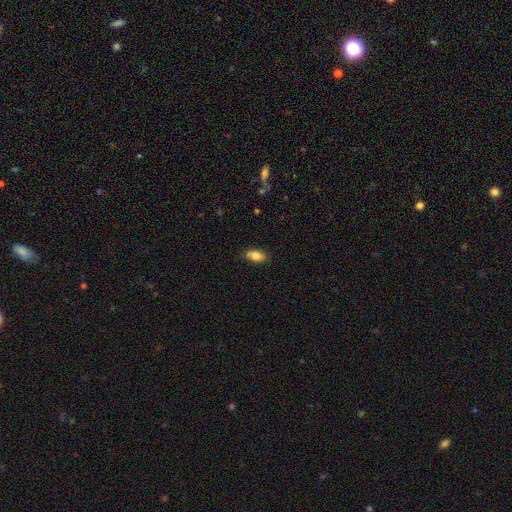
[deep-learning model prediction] Overall: smooth (83%). How rounded: in between (91%). Merging: none (85%).